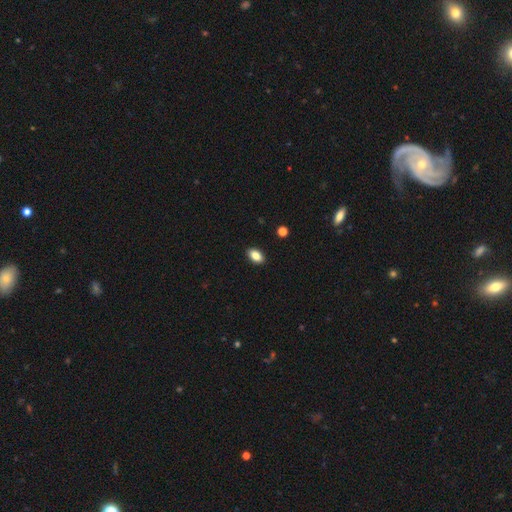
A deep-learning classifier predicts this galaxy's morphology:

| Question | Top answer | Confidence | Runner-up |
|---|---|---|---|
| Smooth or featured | smooth | 85% | star or artifact (8%) |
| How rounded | in between | 90% | round (7%) |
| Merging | none | 90% | minor disturbance (7%) |